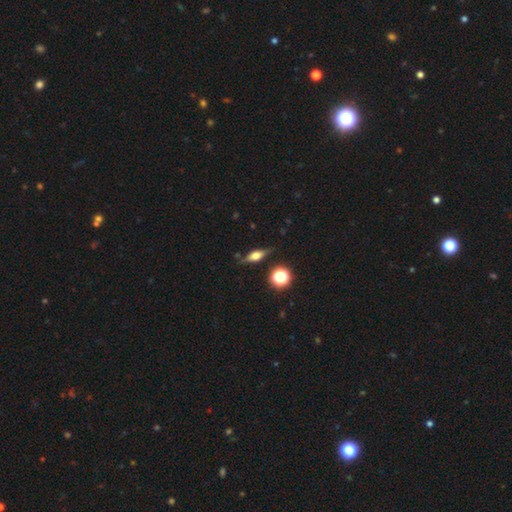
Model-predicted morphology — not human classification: Smooth or featured?
  - smooth: 46% *
  - featured or disk: 43%
  - star or artifact: 11%
Merging?
  - none: 77% *
  - minor disturbance: 15%
  - major disturbance: 4%
  - merger: 3%